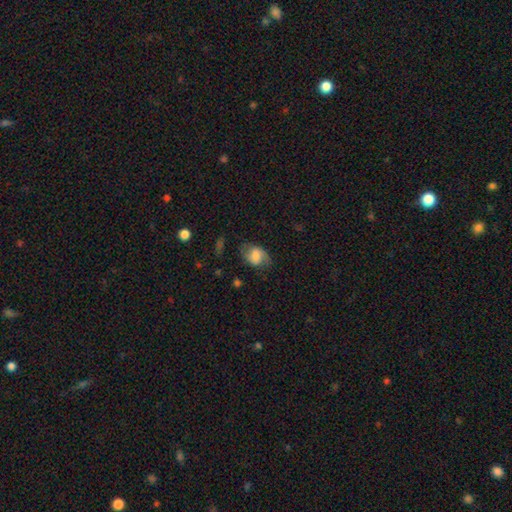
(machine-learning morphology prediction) A smooth galaxy with no disk features (59%) that is in between round and cigar-shaped (77%).

Vote fractions:
- Smooth or featured? smooth: 59% / featured or disk: 32% / star or artifact: 9%
- How rounded? in between: 77% / round: 22% / cigar-shaped: 1%
- Merging? none: 63% / minor disturbance: 24% / major disturbance: 11% / merger: 2%